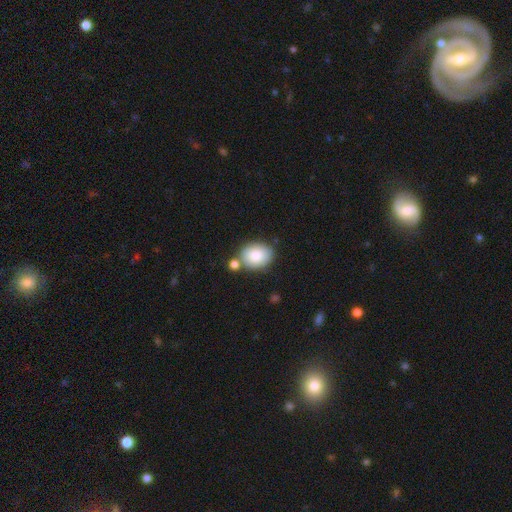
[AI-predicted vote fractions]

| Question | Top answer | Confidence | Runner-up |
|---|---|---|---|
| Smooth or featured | smooth | 85% | featured or disk (9%) |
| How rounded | in between | 60% | round (39%) |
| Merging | none | 64% | merger (18%) |